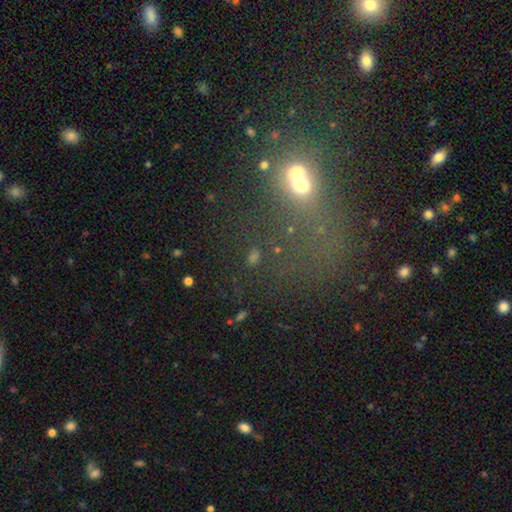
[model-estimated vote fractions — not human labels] Smooth or featured? star or artifact (41%)